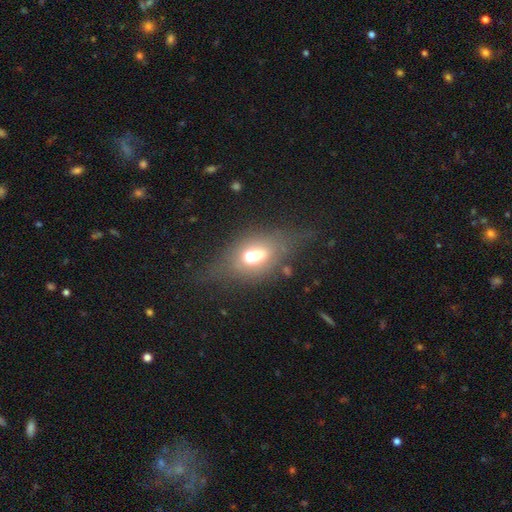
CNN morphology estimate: smooth-or-featured: smooth: 53% | featured or disk: 31% | star or artifact: 16%
  how-rounded: in between: 73% | round: 21% | cigar-shaped: 6%
  merging: none: 48% | merger: 19% | minor disturbance: 17% | major disturbance: 16%